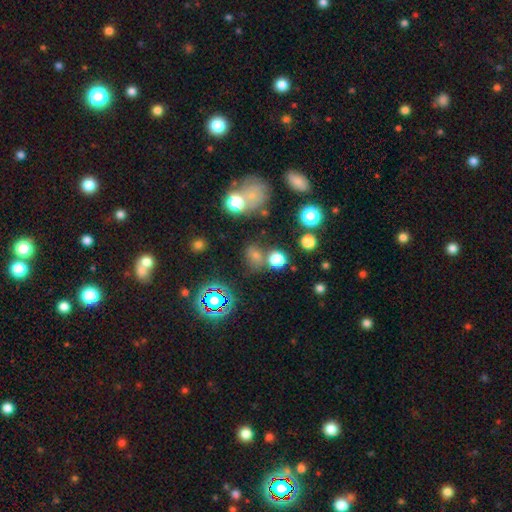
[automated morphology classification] type=smooth (56%); roundness=round (61%); merging=none (68%).